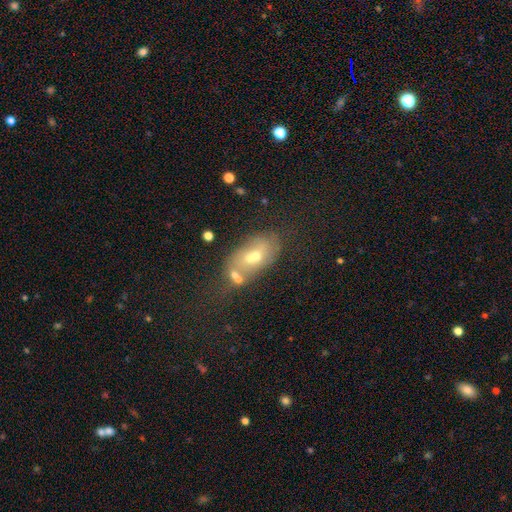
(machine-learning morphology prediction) Smooth or featured? Predicted: smooth (p=0.46). Merging? Predicted: merger (p=0.45).